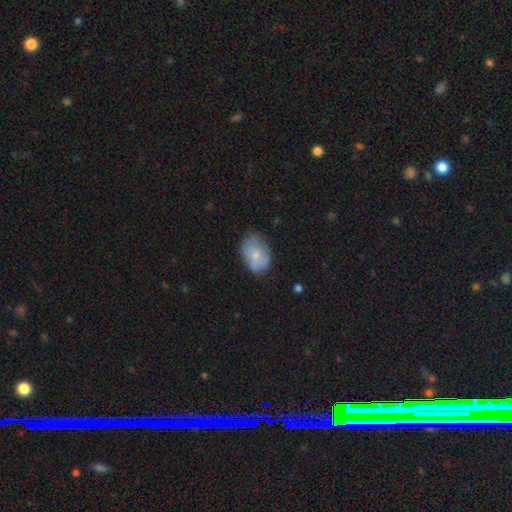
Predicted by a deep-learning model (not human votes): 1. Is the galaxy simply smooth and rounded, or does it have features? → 69% smooth, 24% featured or disk, 7% star or artifact.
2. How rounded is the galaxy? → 74% in between, 25% round, 1% cigar-shaped.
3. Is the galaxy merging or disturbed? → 59% none, 30% minor disturbance, 9% major disturbance, 2% merger.